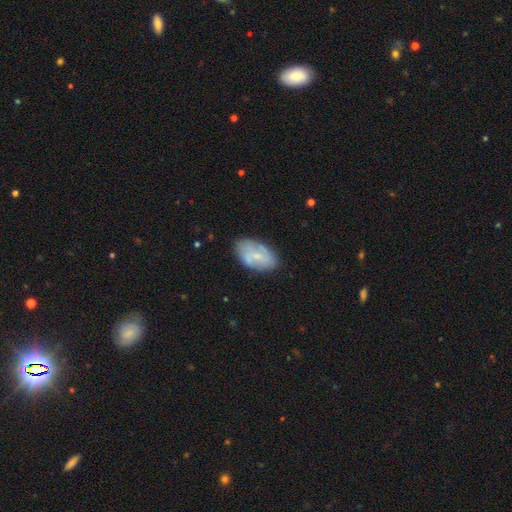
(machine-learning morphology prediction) type=smooth (54%); roundness=in between (93%); merging=none (71%).